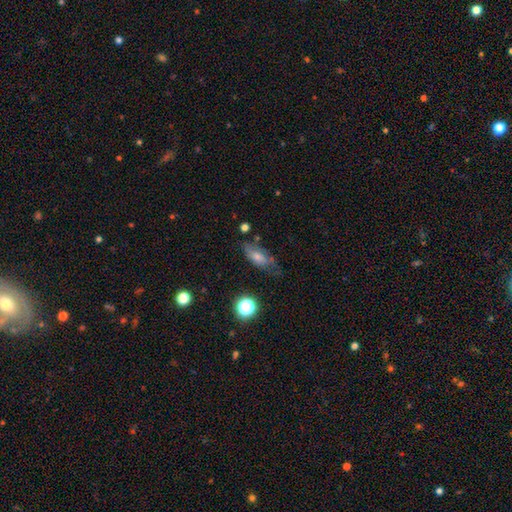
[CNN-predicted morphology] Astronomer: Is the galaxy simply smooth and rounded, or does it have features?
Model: smooth — 46% (runner-up: featured or disk, 39%).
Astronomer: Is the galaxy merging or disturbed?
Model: none — 61%.